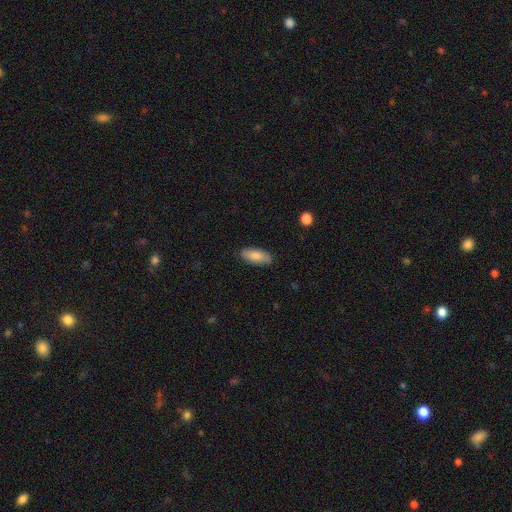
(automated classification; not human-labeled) smooth 82%, featured or disk 12%, star or artifact 6%. Down the decision tree: how rounded — in between (81%); merging — none (86%).